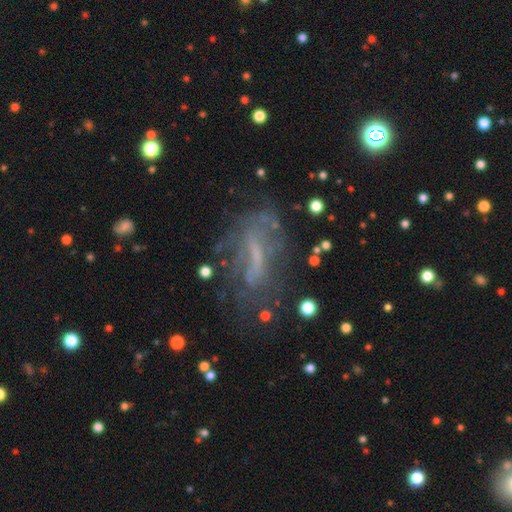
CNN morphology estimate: Q: Smooth or featured?
A: featured or disk (58%); runner-up: smooth (25%)
Q: Edge-on disk?
A: no (77%); runner-up: yes (23%)
Q: Merging?
A: none (55%); runner-up: minor disturbance (22%)